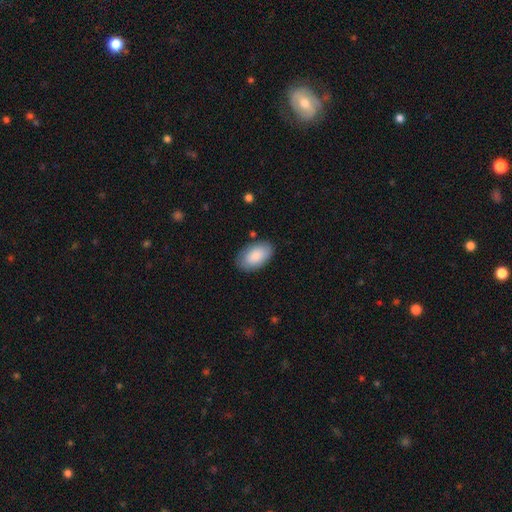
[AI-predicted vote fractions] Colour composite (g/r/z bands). It shows a smooth galaxy with no disk features (86%) that is in between round and cigar-shaped (94%). Merging: none (82%).